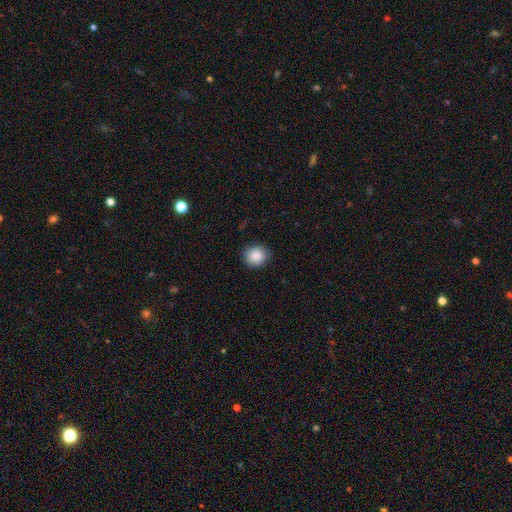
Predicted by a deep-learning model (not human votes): A smooth galaxy with no disk features (89%) that is round (80%). Merging: none (87%).